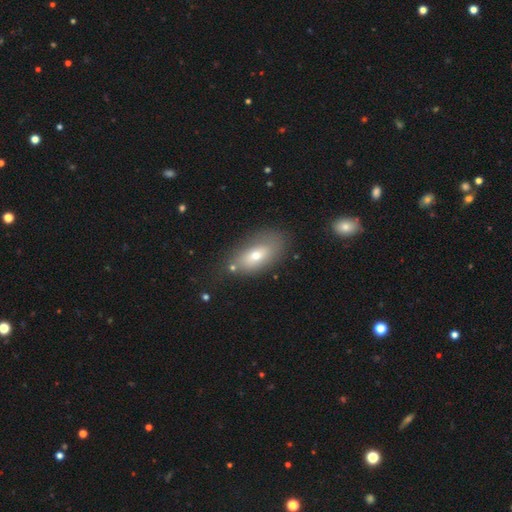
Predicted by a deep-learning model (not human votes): A smooth galaxy with no disk features (66%) that is in between round and cigar-shaped (87%).

Vote fractions:
- Smooth or featured? smooth: 66% / featured or disk: 25% / star or artifact: 10%
- How rounded? in between: 87% / cigar-shaped: 7% / round: 6%
- Merging? none: 65% / minor disturbance: 20% / major disturbance: 8% / merger: 7%